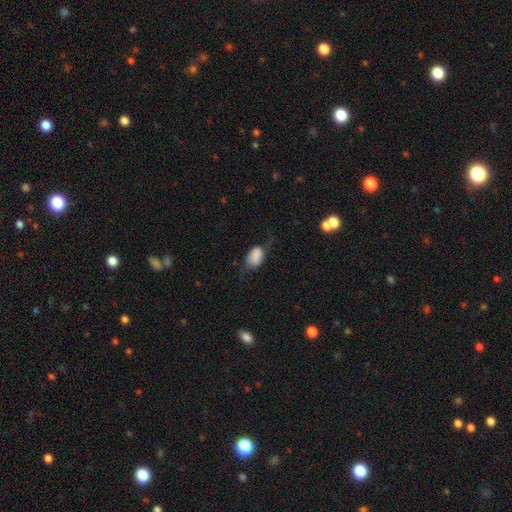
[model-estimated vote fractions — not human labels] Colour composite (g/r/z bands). It shows a smooth galaxy with no disk features (75%) that is in between round and cigar-shaped (87%). Merging: none (35%).